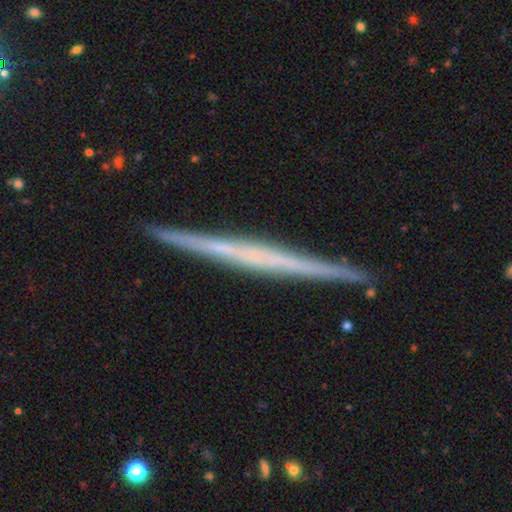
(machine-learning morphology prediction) Smooth or featured: featured or disk — 68% (smooth — 25%)
Edge-on disk: yes — 98% (no — 2%)
Edge-on bulge: none — 85% (rounded — 9%)
Merging: none — 91% (minor disturbance — 6%)